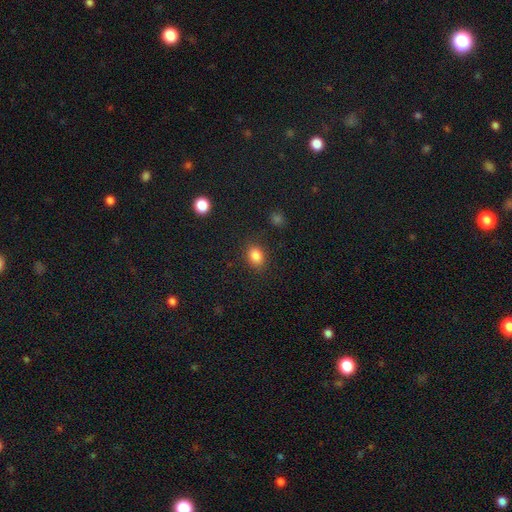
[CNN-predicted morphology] Smooth or featured?
  - smooth: 84% *
  - star or artifact: 11%
  - featured or disk: 5%
How rounded?
  - in between: 62% *
  - round: 37%
  - cigar-shaped: 1%
Merging?
  - none: 84% *
  - minor disturbance: 10%
  - major disturbance: 3%
  - merger: 2%